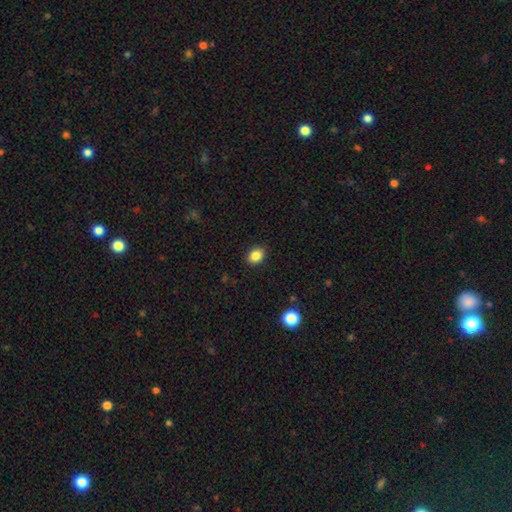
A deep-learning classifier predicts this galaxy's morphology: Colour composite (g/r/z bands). It shows a smooth galaxy with no disk features (85%) that is in between round and cigar-shaped (60%). Merging: none (90%).